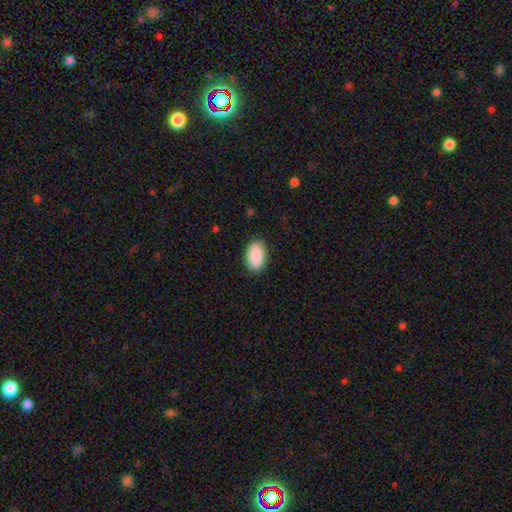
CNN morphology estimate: smooth_or_featured: smooth (p=0.91) [alt: star or artifact p=0.06]
how_rounded: in between (p=0.94) [alt: round p=0.05]
merging: none (p=0.88) [alt: minor disturbance p=0.09]